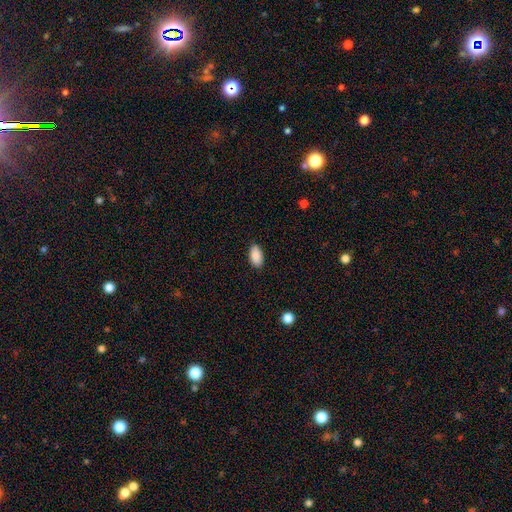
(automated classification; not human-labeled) Overall: smooth (89%). How rounded: in between (94%). Merging: none (86%).